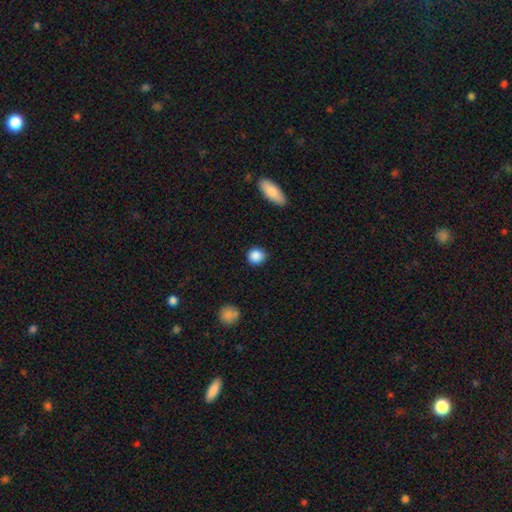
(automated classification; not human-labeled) Smooth or featured? Predicted: smooth (p=0.87). How rounded? Predicted: round (p=0.86). Merging? Predicted: none (p=0.86).